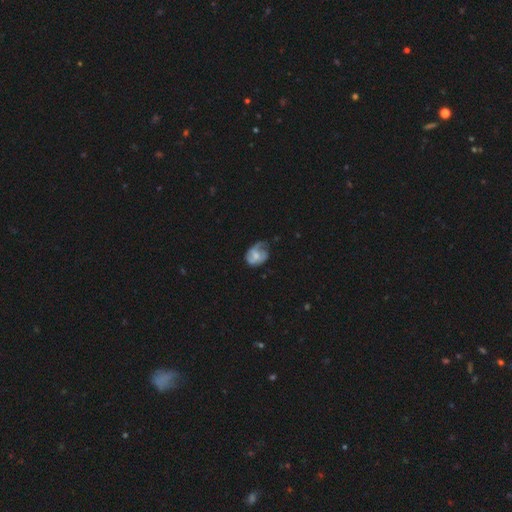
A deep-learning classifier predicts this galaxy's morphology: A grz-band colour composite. It shows a featured or disk galaxy (55%) with no bar (59%), spiral arms (71%) and a small central bulge (41%). Merging: none (36%).